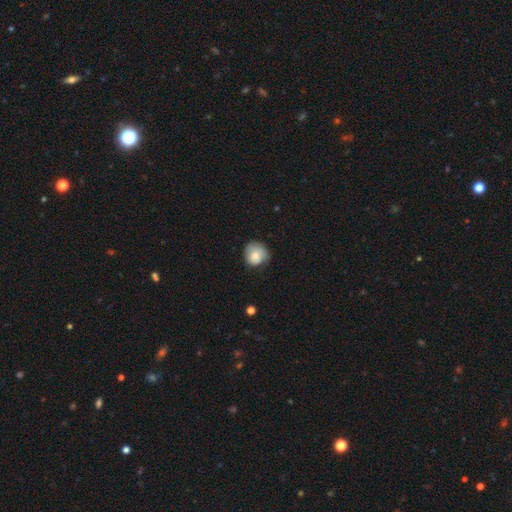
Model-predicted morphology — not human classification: This is likely a smooth galaxy (73%). How rounded: clearly round (82%). Merging: possibly none (58%).